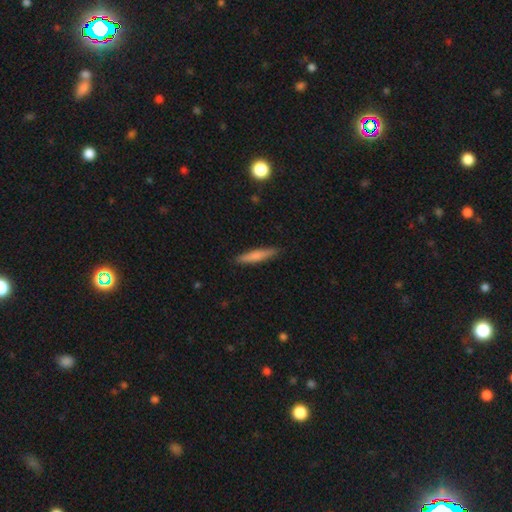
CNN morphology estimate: type=smooth (73%); roundness=cigar-shaped (89%); merging=none (88%).